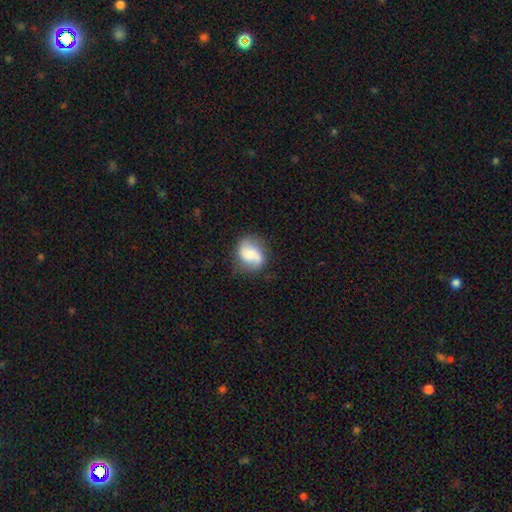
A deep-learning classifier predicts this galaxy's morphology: Smooth or featured: featured or disk — 48% (smooth — 44%)
Merging: none — 65% (minor disturbance — 23%)